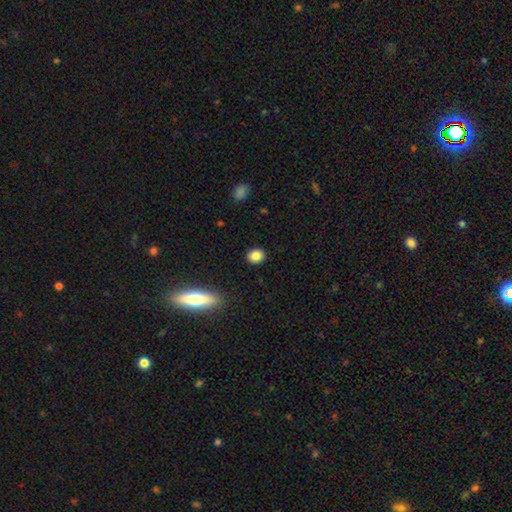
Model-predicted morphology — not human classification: A smooth galaxy with no disk features (85%) that is round (73%). Merging: none (90%).